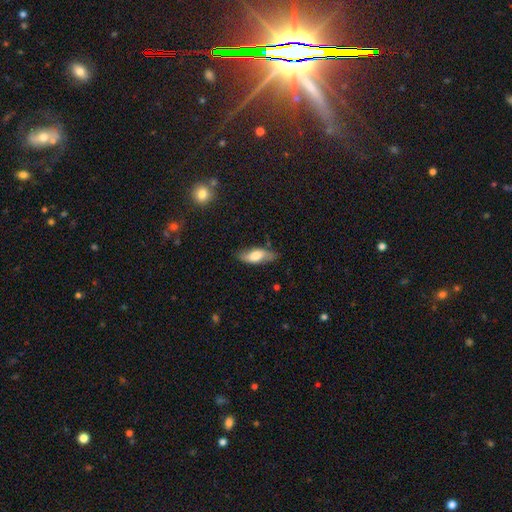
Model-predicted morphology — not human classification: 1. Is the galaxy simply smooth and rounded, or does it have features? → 64% smooth, 29% featured or disk, 7% star or artifact.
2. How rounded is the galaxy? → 71% in between, 26% cigar-shaped, 3% round.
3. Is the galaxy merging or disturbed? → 74% none, 20% minor disturbance, 5% major disturbance, 2% merger.